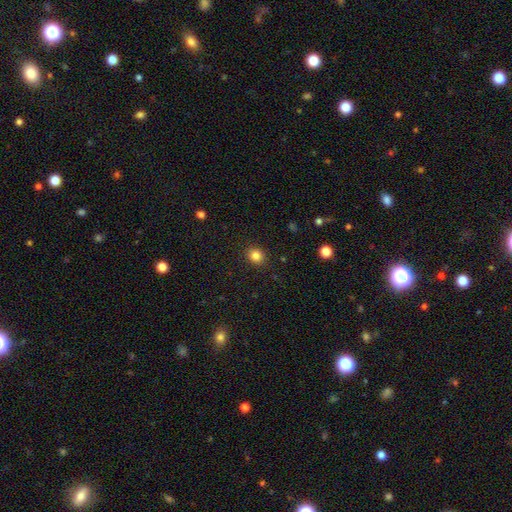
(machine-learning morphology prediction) Smooth or featured: smooth — 83% (star or artifact — 12%)
How rounded: round — 75% (in between — 24%)
Merging: none — 90% (minor disturbance — 7%)